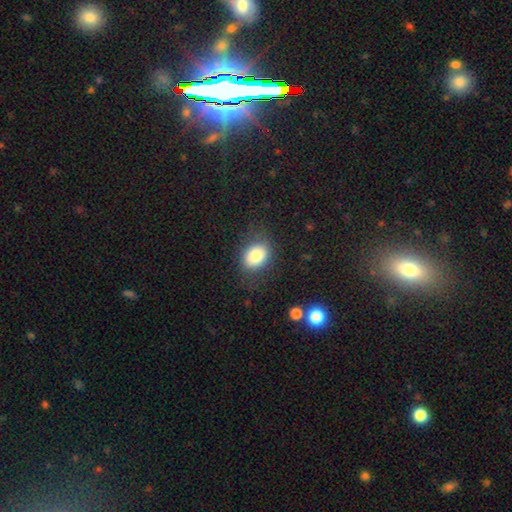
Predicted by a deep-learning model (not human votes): Smooth or featured: smooth — 79% (featured or disk — 11%)
How rounded: in between — 58% (round — 41%)
Merging: none — 78% (minor disturbance — 14%)